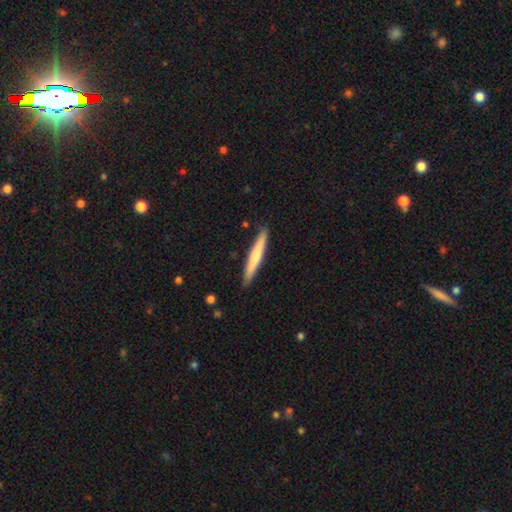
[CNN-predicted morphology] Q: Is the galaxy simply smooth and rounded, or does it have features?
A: smooth — 64%.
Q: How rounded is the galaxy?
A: cigar-shaped — 96%.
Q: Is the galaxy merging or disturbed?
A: none — 89%.